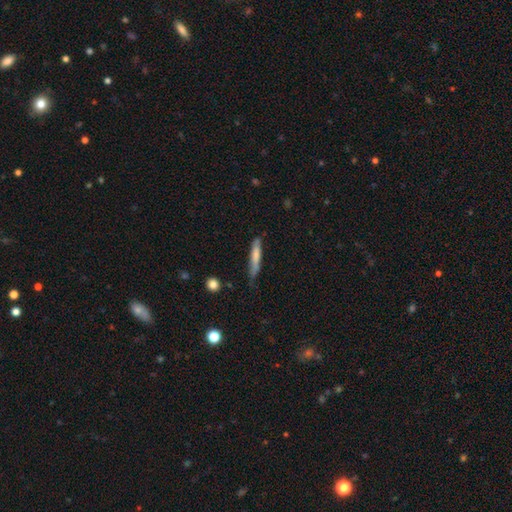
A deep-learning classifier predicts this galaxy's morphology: smooth_or_featured: smooth (p=0.68) [alt: featured or disk p=0.26]
how_rounded: cigar-shaped (p=0.91) [alt: in between p=0.08]
merging: none (p=0.62) [alt: minor disturbance p=0.29]